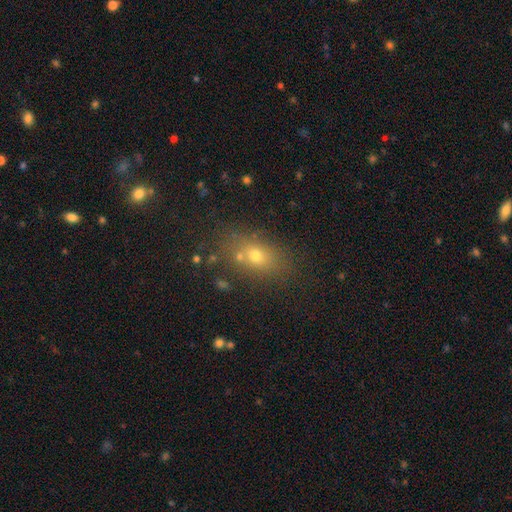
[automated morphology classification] Smooth or featured: smooth — 65% (star or artifact — 18%)
How rounded: in between — 69% (round — 26%)
Merging: none — 71% (minor disturbance — 13%)